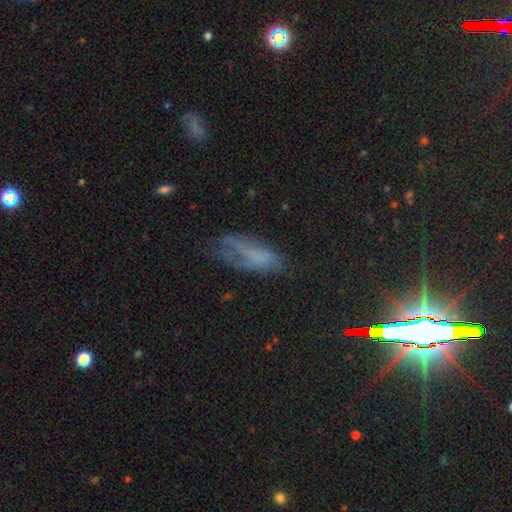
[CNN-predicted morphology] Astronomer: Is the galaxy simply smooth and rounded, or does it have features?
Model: smooth — 44% (runner-up: featured or disk, 31%).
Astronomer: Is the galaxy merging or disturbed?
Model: none — 42% (runner-up: minor disturbance, 30%).